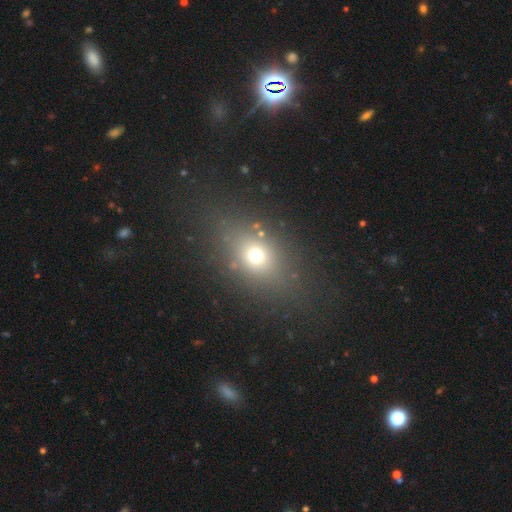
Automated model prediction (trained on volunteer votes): smooth-or-featured: smooth: 67% | star or artifact: 20% | featured or disk: 13%
  how-rounded: in between: 53% | round: 45% | cigar-shaped: 3%
  merging: none: 78% | minor disturbance: 11% | major disturbance: 7% | merger: 4%